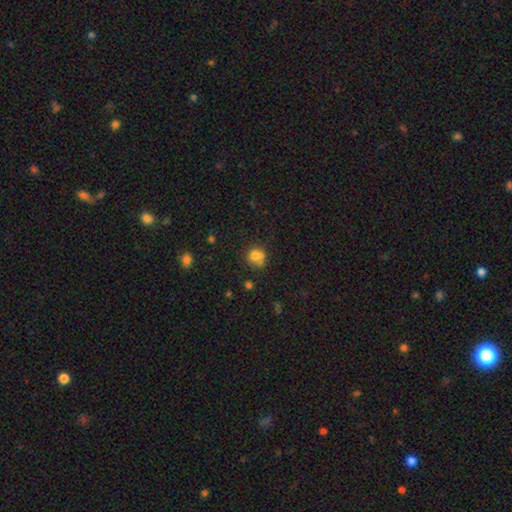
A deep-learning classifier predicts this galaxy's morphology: Smooth or featured? Predicted: smooth (p=0.73). How rounded? Predicted: round (p=0.76). Merging? Predicted: none (p=0.44).